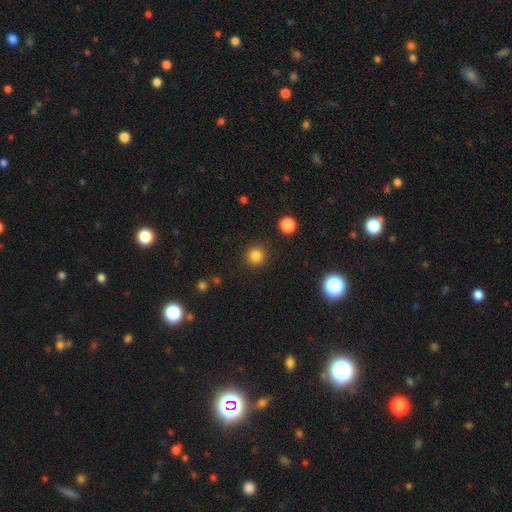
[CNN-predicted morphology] A smooth galaxy with no disk features (83%) that is round (93%).

Vote fractions:
- Smooth or featured? smooth: 83% / star or artifact: 13% / featured or disk: 4%
- How rounded? round: 93% / in between: 6% / cigar-shaped: 1%
- Merging? none: 90% / minor disturbance: 6% / major disturbance: 2% / merger: 2%